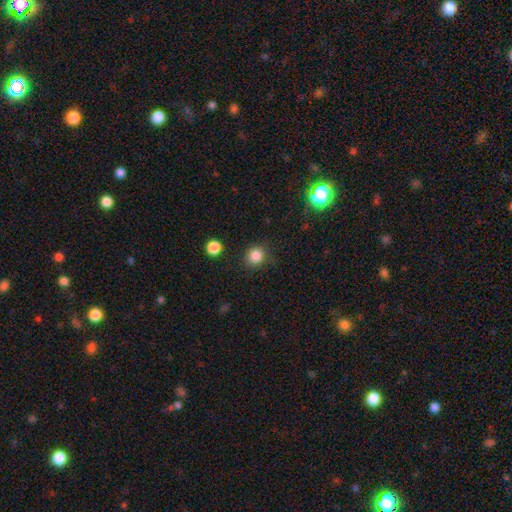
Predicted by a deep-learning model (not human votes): smooth 84%, star or artifact 12%, featured or disk 4%. Down the decision tree: how rounded — round (86%); merging — none (85%).